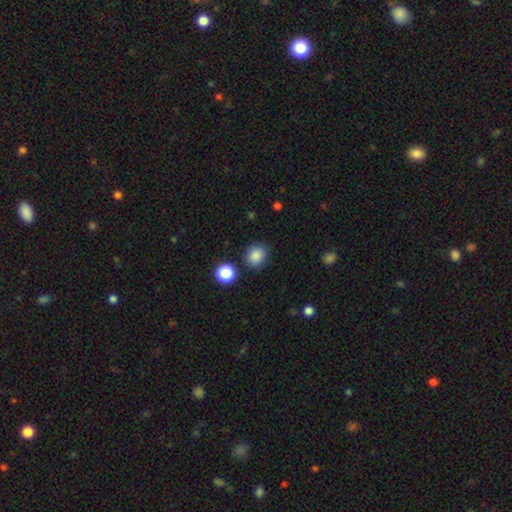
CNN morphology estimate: type=smooth (85%); roundness=round (75%); merging=none (83%).